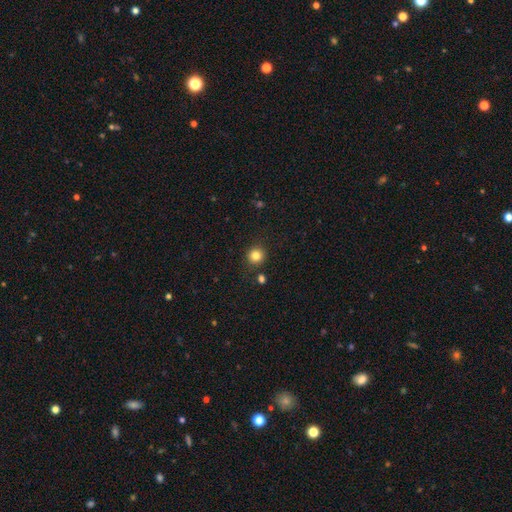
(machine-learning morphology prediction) A smooth galaxy with no disk features (82%) that is round (92%).

Vote fractions:
- Smooth or featured? smooth: 82% / star or artifact: 12% / featured or disk: 5%
- How rounded? round: 92% / in between: 7% / cigar-shaped: 1%
- Merging? none: 87% / minor disturbance: 7% / merger: 3% / major disturbance: 2%